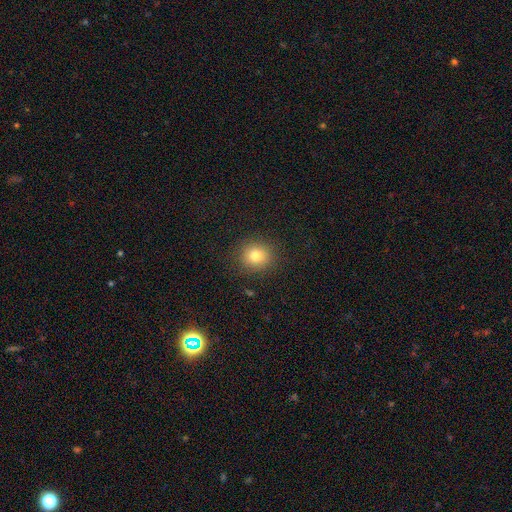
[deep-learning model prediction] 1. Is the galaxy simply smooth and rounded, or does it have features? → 80% smooth, 12% star or artifact, 8% featured or disk.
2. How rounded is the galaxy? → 85% round, 14% in between, 1% cigar-shaped.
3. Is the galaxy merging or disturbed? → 88% none, 8% minor disturbance, 3% major disturbance, 1% merger.